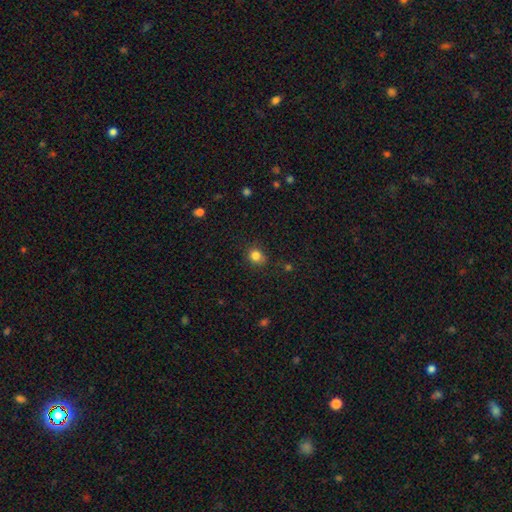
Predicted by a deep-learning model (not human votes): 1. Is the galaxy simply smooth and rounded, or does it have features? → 83% smooth, 12% star or artifact, 5% featured or disk.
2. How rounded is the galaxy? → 80% round, 20% in between, 1% cigar-shaped.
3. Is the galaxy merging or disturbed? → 81% none, 14% minor disturbance, 3% major disturbance, 2% merger.